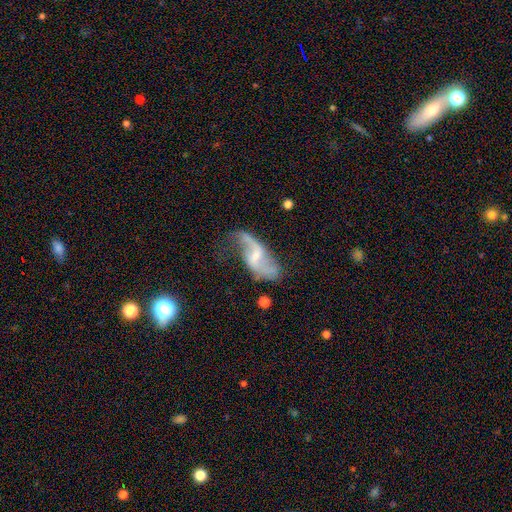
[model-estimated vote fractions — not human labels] Smooth or featured?
  - featured or disk: 81% *
  - smooth: 12%
  - star or artifact: 7%
Edge-on disk?
  - no: 95% *
  - yes: 5%
Bar?
  - weak: 52% *
  - no: 26%
  - strong: 22%
Spiral arms?
  - yes: 90% *
  - no: 10%
Spiral winding?
  - loose: 83% *
  - medium: 14%
  - tight: 4%
Spiral arm count?
  - 2: 85% *
  - 1: 8%
  - can't tell: 4%
  - 3: 1%
  - 4: 1%
  - more than 4: 1%
Bulge size?
  - small: 52% *
  - moderate: 27%
  - none: 19%
  - large: 2%
  - dominant: 1%
Merging?
  - none: 48% *
  - major disturbance: 24%
  - minor disturbance: 23%
  - merger: 5%